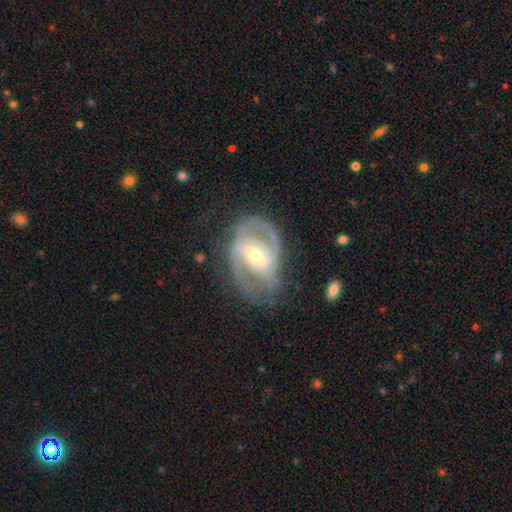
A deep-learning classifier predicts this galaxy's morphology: This is clearly a featured or disk galaxy (89%). It is clearly not viewed edge-on (97%). Bar: possibly weak (47%). Spiral arm pattern: clearly yes (96%). Spiral arm count: likely 2 (71%). Spiral winding: possibly medium (49%). Central bulge: possibly moderate (58%). Merging: likely none (65%).